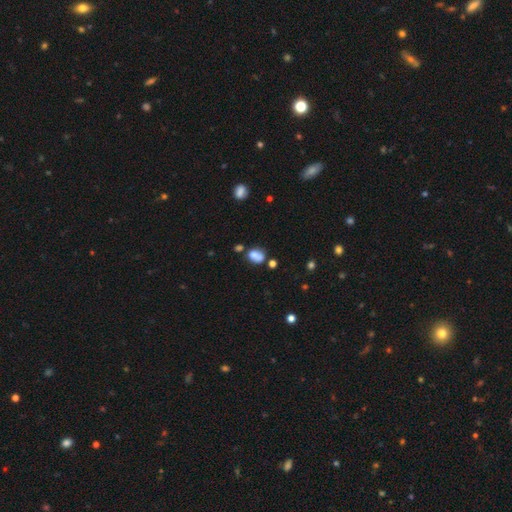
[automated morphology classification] This appears to be a smooth galaxy with no disk features (77%) that is in between round and cigar-shaped (58%). Merging: none (46%).